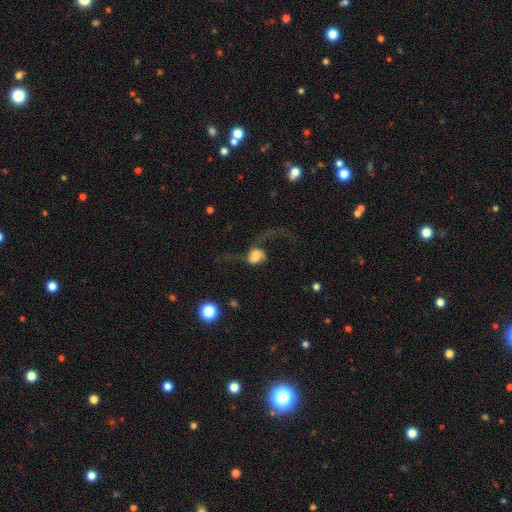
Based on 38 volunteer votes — Smooth or featured? featured or disk (47%)
Edge-on disk? no (100%)
Bar? no (78%)
Spiral arms? yes (50%, tied with no)
Spiral winding? loose (89%)
Spiral arm count? 2 (67%)
Bulge size? moderate (33%)
Merging? major disturbance (49%)